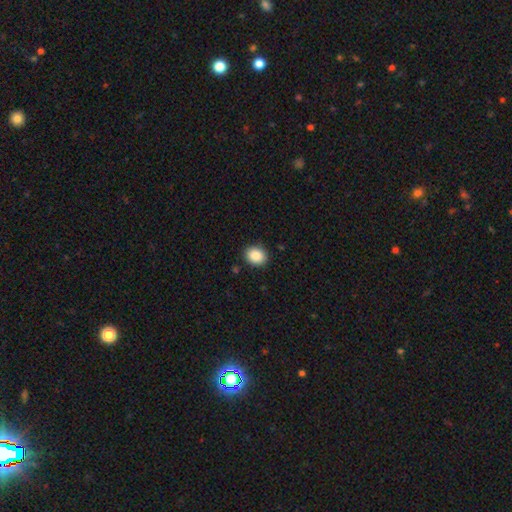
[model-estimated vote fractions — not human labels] The model was most divided on "how rounded": round: 57%, in between: 43%, cigar-shaped: 1%. More confident: merging — none (89%); smooth or featured — smooth (88%).